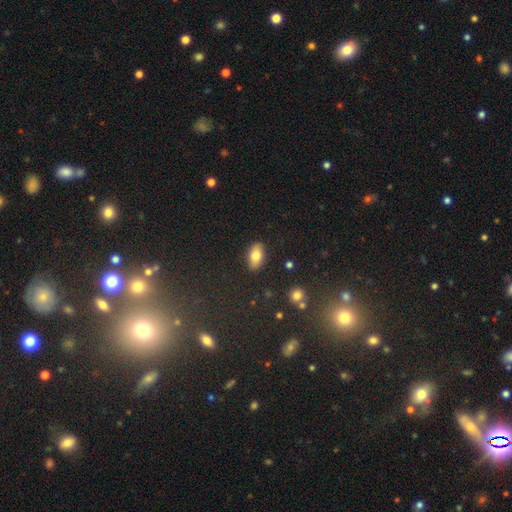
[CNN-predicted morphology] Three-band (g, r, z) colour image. It shows a smooth galaxy with no disk features (79%) that is in between round and cigar-shaped (92%). Merging: none (87%).